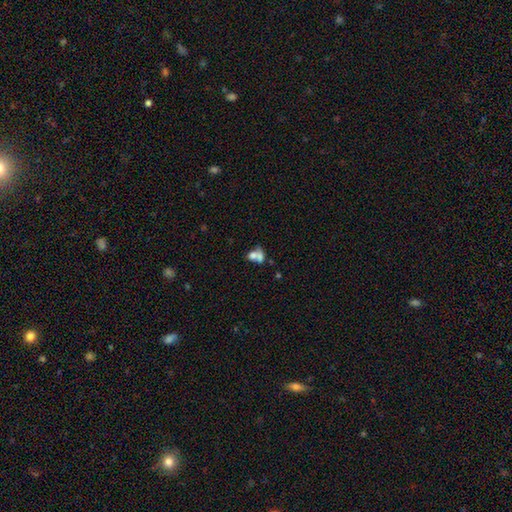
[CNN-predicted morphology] Smooth or featured?
  - smooth: 66% *
  - featured or disk: 23%
  - star or artifact: 12%
How rounded?
  - in between: 61% *
  - round: 36%
  - cigar-shaped: 3%
Merging?
  - merger: 63% *
  - none: 21%
  - major disturbance: 8%
  - minor disturbance: 8%